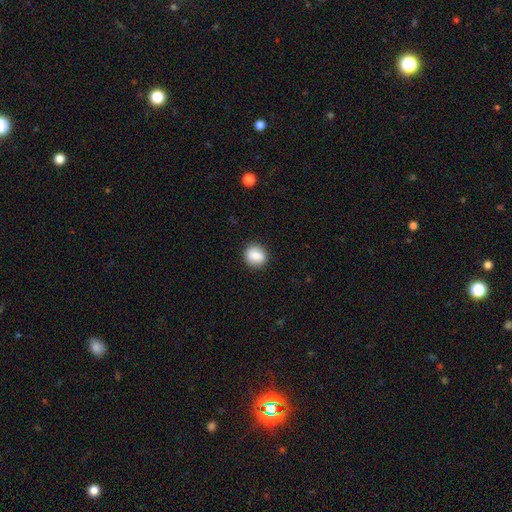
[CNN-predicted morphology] The model was most divided on "how rounded": round: 79%, in between: 20%, cigar-shaped: 1%. More confident: merging — none (88%); smooth or featured — smooth (84%).